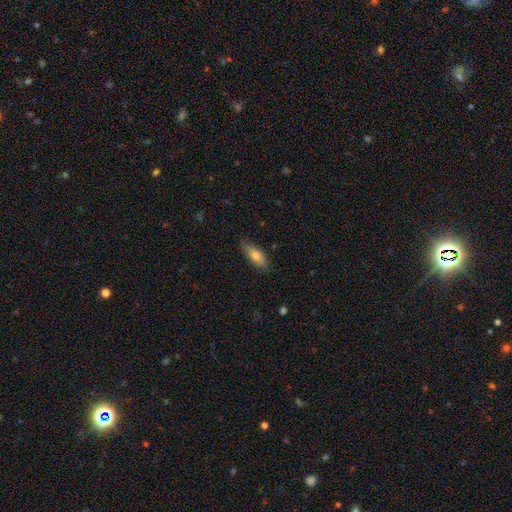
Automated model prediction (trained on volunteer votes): The model was most divided on "how rounded": in between: 66%, cigar-shaped: 32%, round: 2%. More confident: merging — none (82%); smooth or featured — smooth (74%).